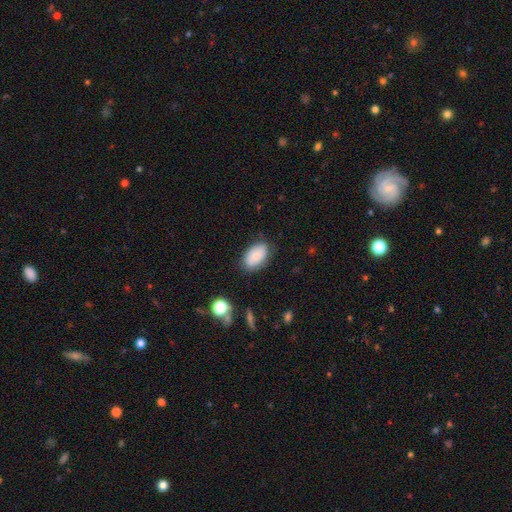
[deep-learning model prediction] smooth_or_featured: smooth (p=0.80) [alt: featured or disk p=0.12]
how_rounded: in between (p=0.92) [alt: round p=0.06]
merging: none (p=0.78) [alt: minor disturbance p=0.16]